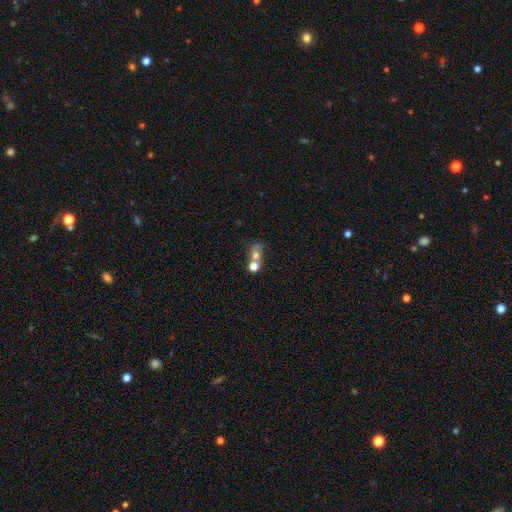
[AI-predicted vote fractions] The model was most divided on "how rounded": round: 57%, in between: 40%, cigar-shaped: 3%. More confident: merging — merger (59%); smooth or featured — smooth (59%).